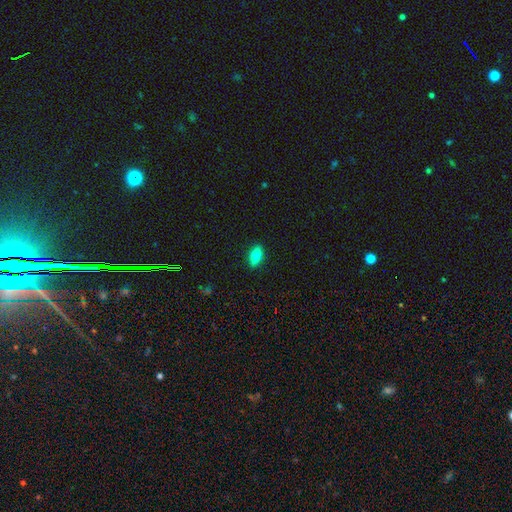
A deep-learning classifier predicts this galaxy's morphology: A smooth galaxy with no disk features (80%) that is in between round and cigar-shaped (73%). Merging: none (88%).